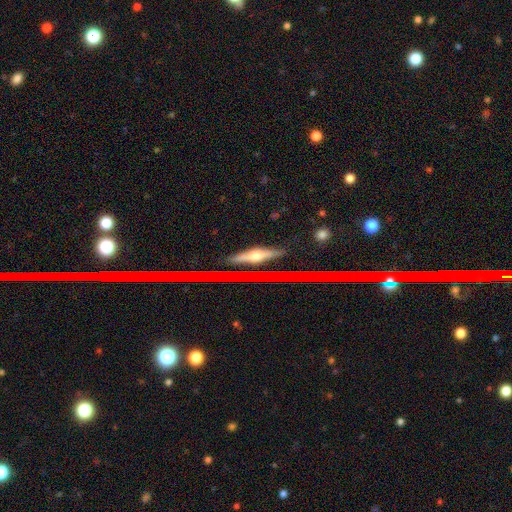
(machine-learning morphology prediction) This appears to be a featured or disk galaxy (55%) viewed edge-on (90%). Merging: none (86%).